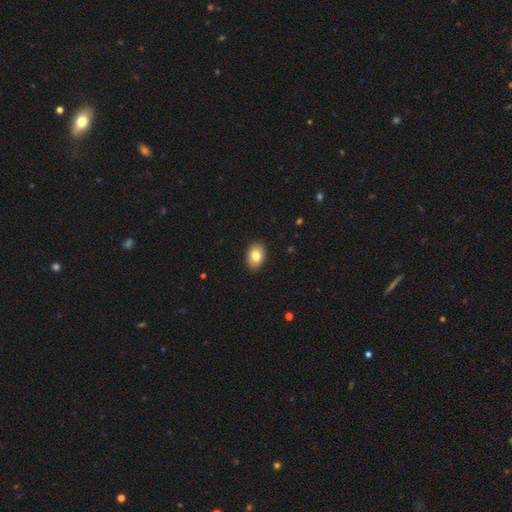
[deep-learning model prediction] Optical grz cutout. It shows a smooth galaxy with no disk features (82%) that is in between round and cigar-shaped (82%). Merging: none (91%).